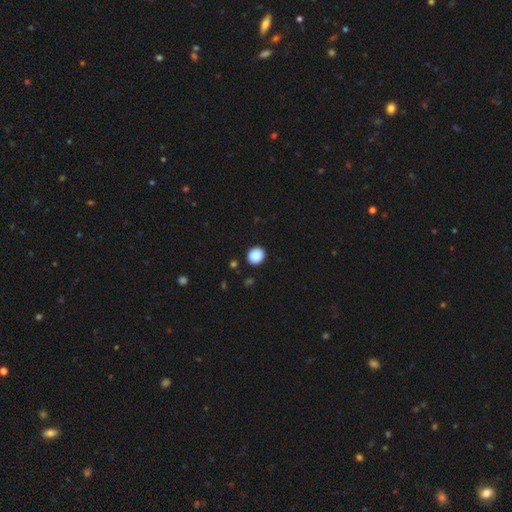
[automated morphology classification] smooth-or-featured: smooth: 89% | star or artifact: 9% | featured or disk: 2%
  how-rounded: round: 79% | in between: 20% | cigar-shaped: 1%
  merging: none: 91% | minor disturbance: 6% | major disturbance: 2% | merger: 1%